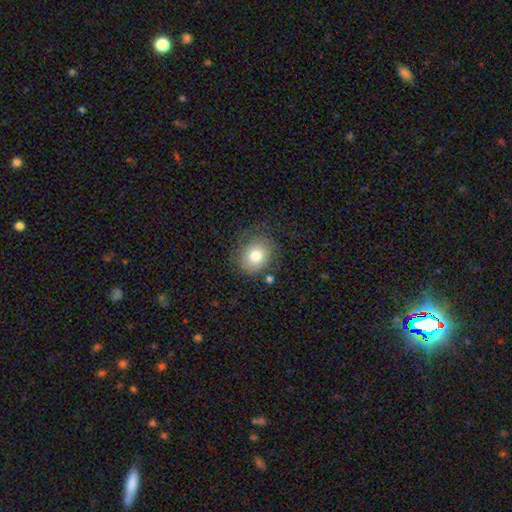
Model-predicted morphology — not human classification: Smooth or featured? Predicted: smooth (p=0.74). How rounded? Predicted: round (p=0.72). Merging? Predicted: none (p=0.72).